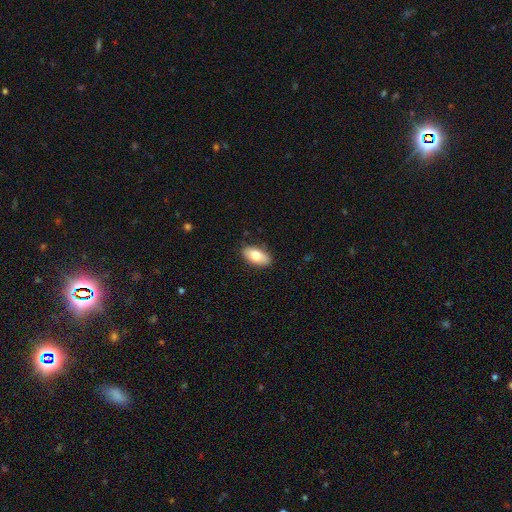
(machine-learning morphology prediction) A smooth galaxy with no disk features (77%) that is in between round and cigar-shaped (93%). Merging: none (86%).